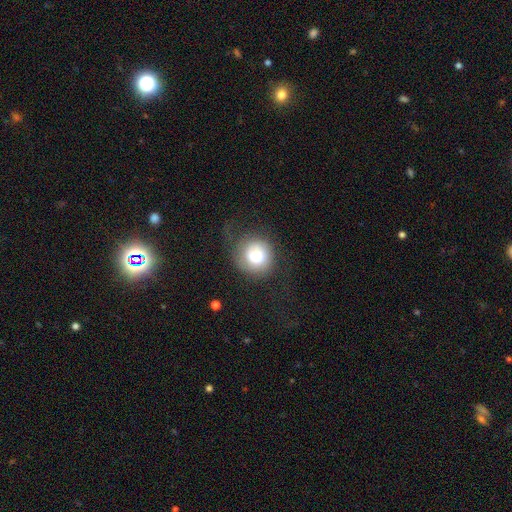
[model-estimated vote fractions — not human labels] Smooth or featured? smooth (69%)
How rounded? round (89%)
Merging? none (61%)